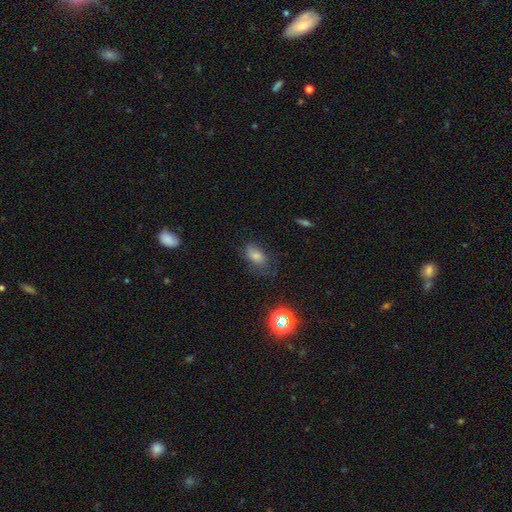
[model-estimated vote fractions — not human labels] Q: Smooth or featured?
A: smooth (65%); runner-up: star or artifact (21%)
Q: How rounded?
A: in between (85%); runner-up: round (12%)
Q: Merging?
A: none (68%); runner-up: minor disturbance (22%)